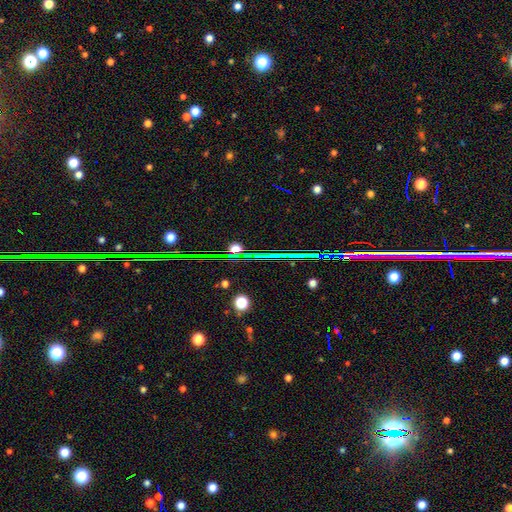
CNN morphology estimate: A star or artifact, not a galaxy (77%).